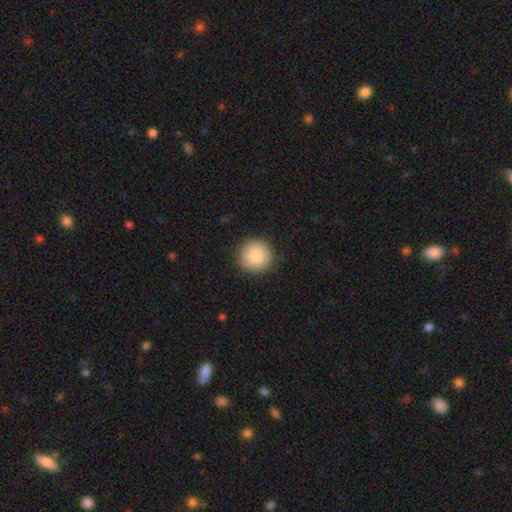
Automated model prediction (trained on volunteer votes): Smooth or featured? Predicted: smooth (p=0.86). How rounded? Predicted: round (p=0.95). Merging? Predicted: none (p=0.89).